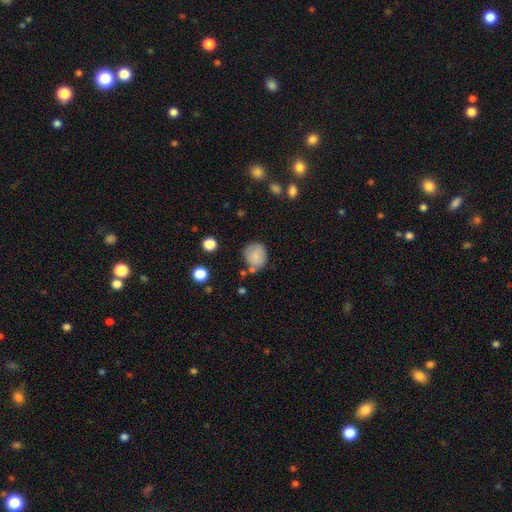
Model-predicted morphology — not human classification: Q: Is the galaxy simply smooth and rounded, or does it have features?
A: smooth — 82%.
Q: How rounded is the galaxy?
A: round — 73%.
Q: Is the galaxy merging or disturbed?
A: none — 66%.